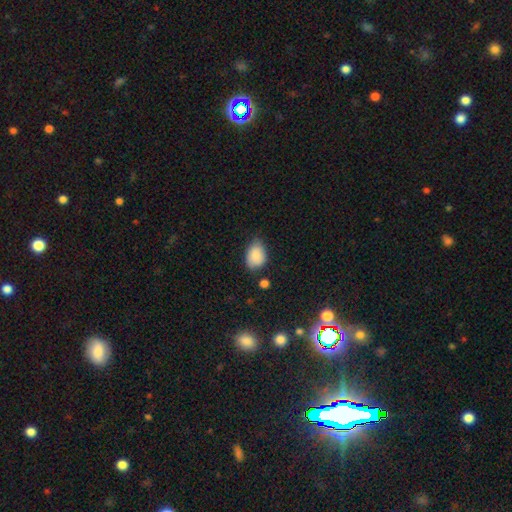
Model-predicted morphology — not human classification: The model was most divided on "merging": none: 58%, minor disturbance: 32%, major disturbance: 6%, merger: 3%. More confident: smooth or featured — smooth (86%); how rounded — in between (81%).